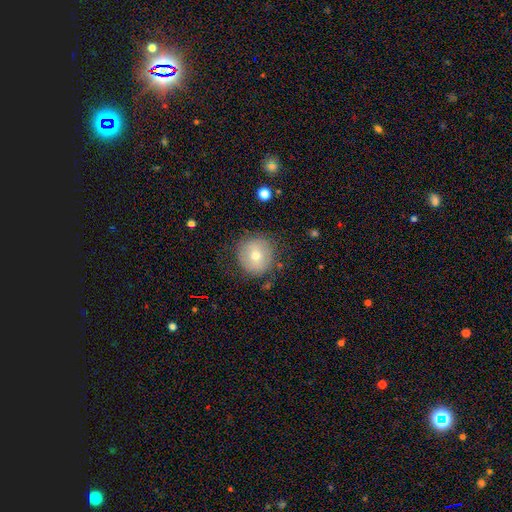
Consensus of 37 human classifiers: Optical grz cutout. It shows a smooth galaxy with no disk features (62%) that is round (87%). Merging: none (73%).